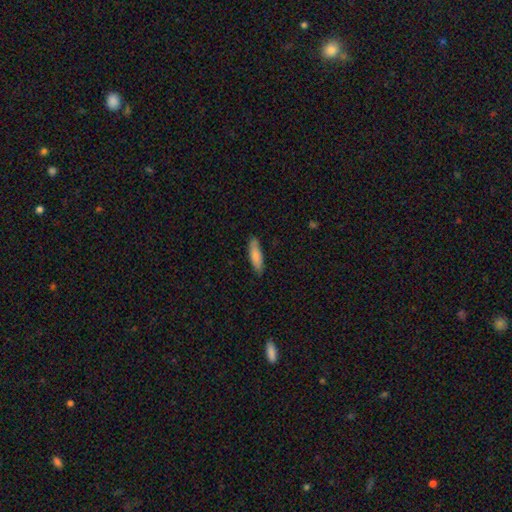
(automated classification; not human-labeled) smooth-or-featured: smooth: 83% | featured or disk: 11% | star or artifact: 6%
  how-rounded: cigar-shaped: 64% | in between: 34% | round: 1%
  merging: none: 81% | minor disturbance: 15% | major disturbance: 2% | merger: 1%